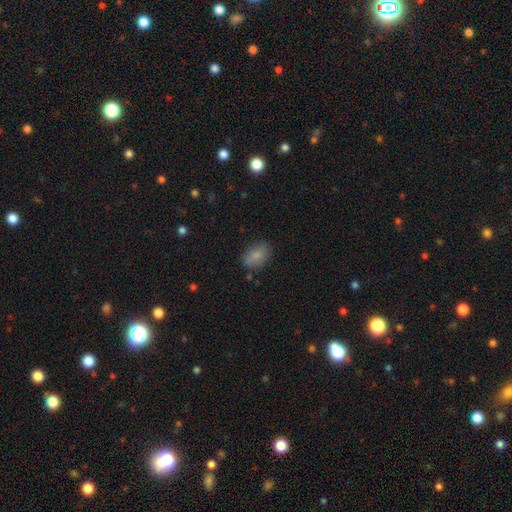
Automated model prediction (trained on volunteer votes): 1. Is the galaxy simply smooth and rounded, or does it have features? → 81% smooth, 11% featured or disk, 8% star or artifact.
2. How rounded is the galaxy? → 87% in between, 11% round, 2% cigar-shaped.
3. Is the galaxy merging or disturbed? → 79% none, 15% minor disturbance, 4% major disturbance, 2% merger.